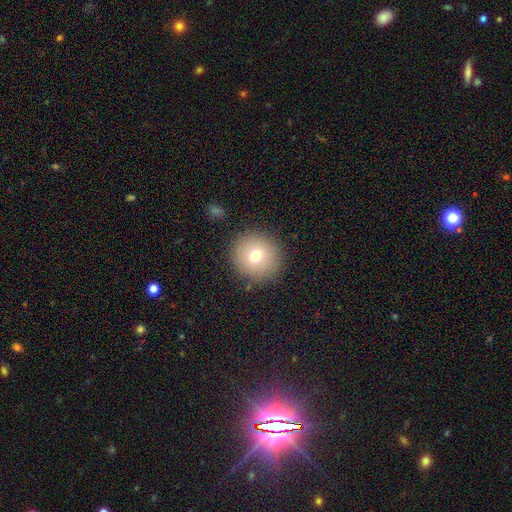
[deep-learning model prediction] This is likely a smooth galaxy (73%). How rounded: clearly round (94%). Merging: clearly none (88%).